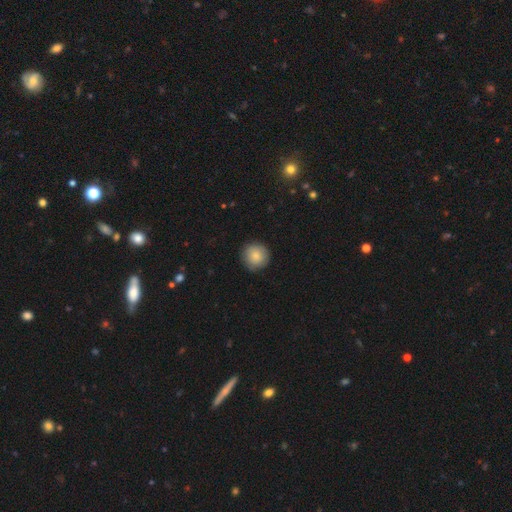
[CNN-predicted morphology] smooth-or-featured: smooth: 86% | star or artifact: 7% | featured or disk: 7%
  how-rounded: round: 95% | in between: 4% | cigar-shaped: 1%
  merging: none: 90% | minor disturbance: 8% | major disturbance: 2% | merger: 1%